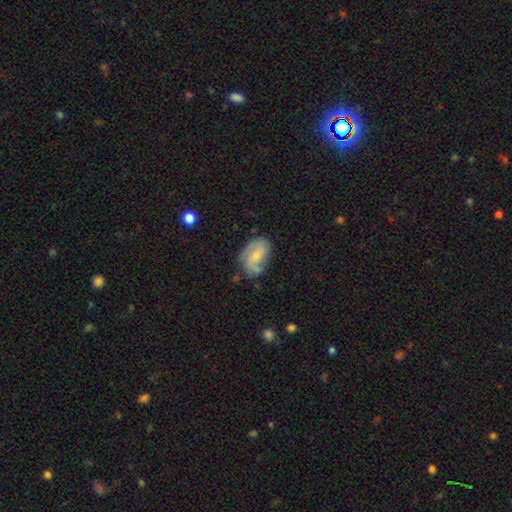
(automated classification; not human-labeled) A featured or disk galaxy (67%) with no bar (51%), 2 (74%) medium (45%) spiral arms (89%) and a small central bulge (52%).

Vote fractions:
- Smooth or featured? featured or disk: 67% / smooth: 26% / star or artifact: 7%
- Edge-on disk? no: 96% / yes: 4%
- Bar? no: 51% / weak: 41% / strong: 9%
- Spiral arms? yes: 89% / no: 11%
- Spiral winding? medium: 45% / loose: 31% / tight: 25%
- Spiral arm count? 2: 74% / can't tell: 12% / 1: 6% / 3: 5% / 4: 1% / more than 4: 1%
- Bulge size? small: 52% / moderate: 41% / none: 4% / large: 2% / dominant: 1%
- Merging? none: 60% / minor disturbance: 26% / major disturbance: 9% / merger: 4%